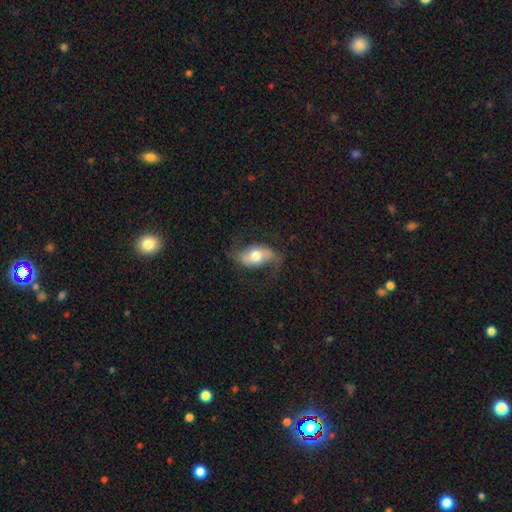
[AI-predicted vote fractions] Q: Smooth or featured?
A: smooth (50%); runner-up: featured or disk (43%)
Q: How rounded?
A: in between (87%); runner-up: round (7%)
Q: Merging?
A: none (66%); runner-up: minor disturbance (21%)